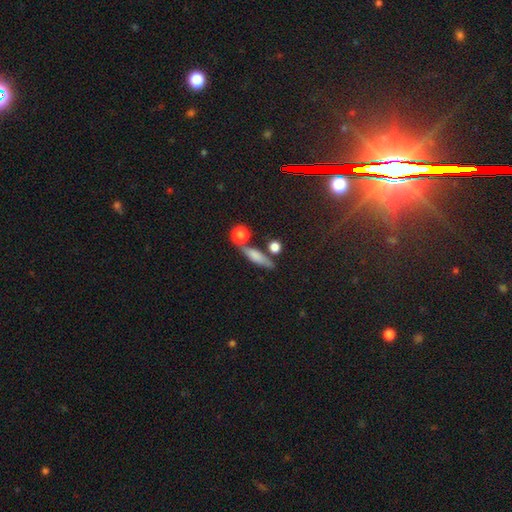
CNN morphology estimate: Smooth or featured? Predicted: smooth (p=0.63). How rounded? Predicted: cigar-shaped (p=0.61). Merging? Predicted: none (p=0.68).